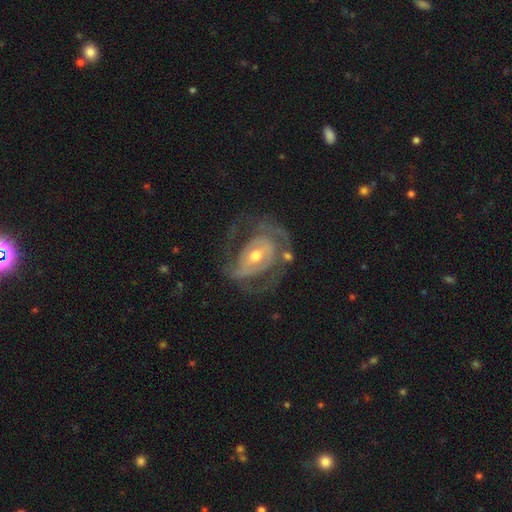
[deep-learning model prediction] featured or disk 82%, smooth 12%, star or artifact 6%. Down the decision tree: edge-on disk — no (96%); bar — no (48%); spiral arms — yes (81%); spiral arm count — 2 (55%); spiral winding — tight (46%); bulge size — moderate (61%); merging — none (58%).